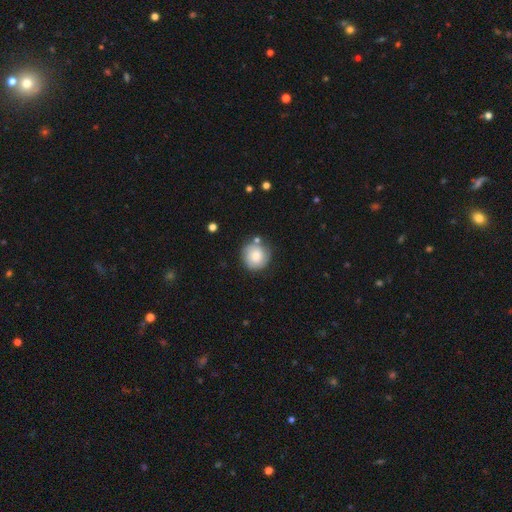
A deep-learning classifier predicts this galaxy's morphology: Smooth or featured?
  - smooth: 66% *
  - featured or disk: 26%
  - star or artifact: 8%
How rounded?
  - round: 92% *
  - in between: 7%
  - cigar-shaped: 1%
Merging?
  - none: 73% *
  - minor disturbance: 16%
  - merger: 6%
  - major disturbance: 5%